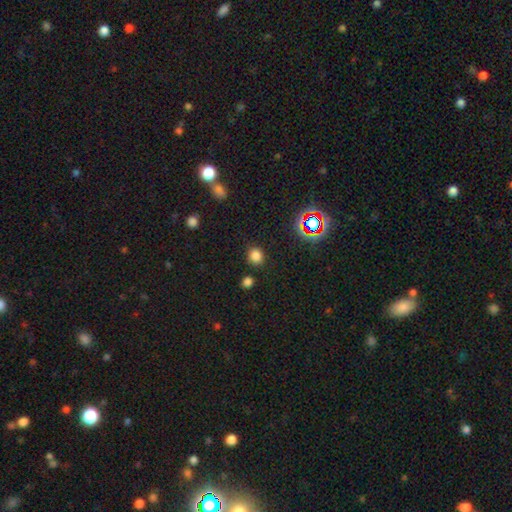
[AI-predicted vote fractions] smooth-or-featured: smooth: 78% | star or artifact: 17% | featured or disk: 5%
  how-rounded: round: 78% | in between: 21% | cigar-shaped: 1%
  merging: none: 84% | minor disturbance: 9% | merger: 4% | major disturbance: 3%